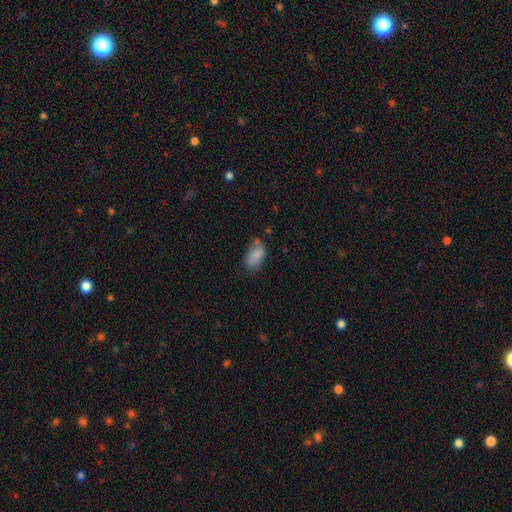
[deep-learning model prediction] Smooth or featured? Predicted: smooth (p=0.83). How rounded? Predicted: in between (p=0.92). Merging? Predicted: none (p=0.54).